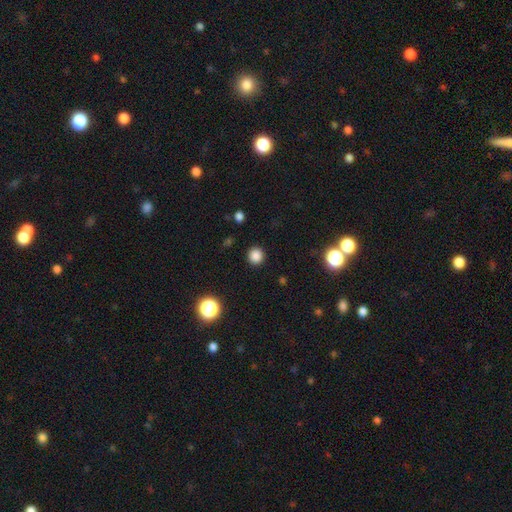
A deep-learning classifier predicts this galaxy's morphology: Smooth or featured? Predicted: smooth (p=0.84). How rounded? Predicted: round (p=0.93). Merging? Predicted: none (p=0.91).